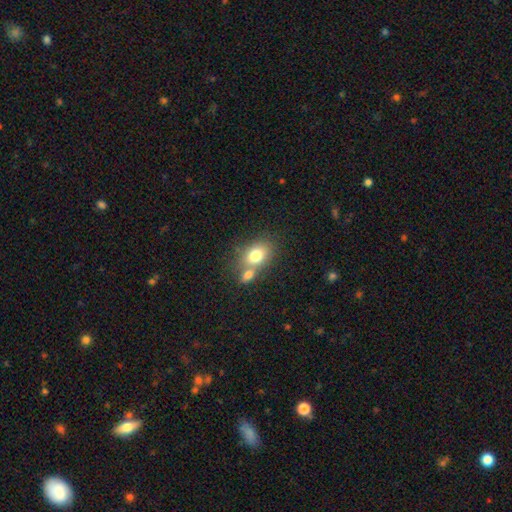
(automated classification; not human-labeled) smooth-or-featured: smooth: 76% | featured or disk: 14% | star or artifact: 10%
  how-rounded: in between: 67% | round: 32% | cigar-shaped: 1%
  merging: merger: 43% | none: 41% | minor disturbance: 11% | major disturbance: 5%